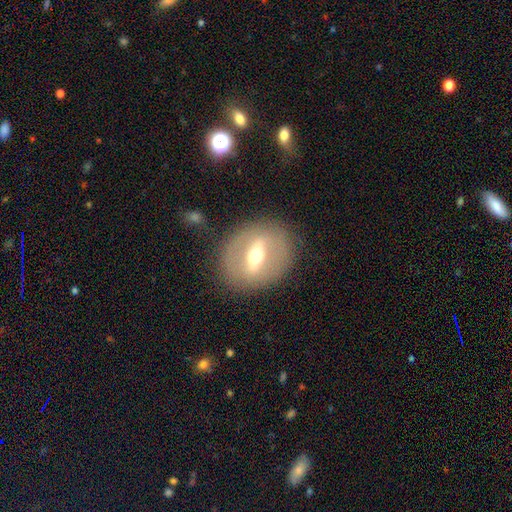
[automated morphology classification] The model was most divided on "smooth or featured": featured or disk: 66%, smooth: 27%, star or artifact: 7%. More confident: merging — none (83%); edge-on disk — no (76%).